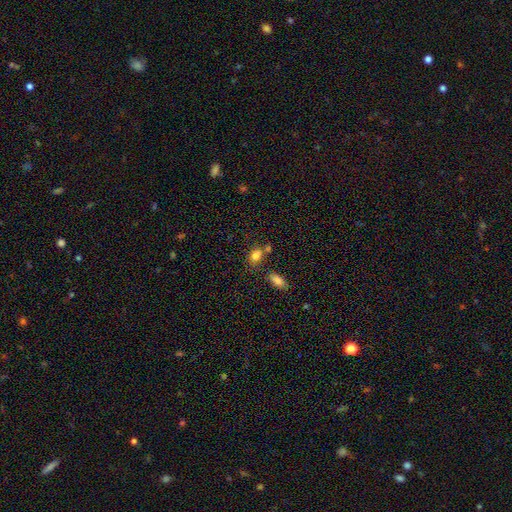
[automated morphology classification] Smooth or featured? smooth (80%)
How rounded? in between (72%)
Merging? none (54%)